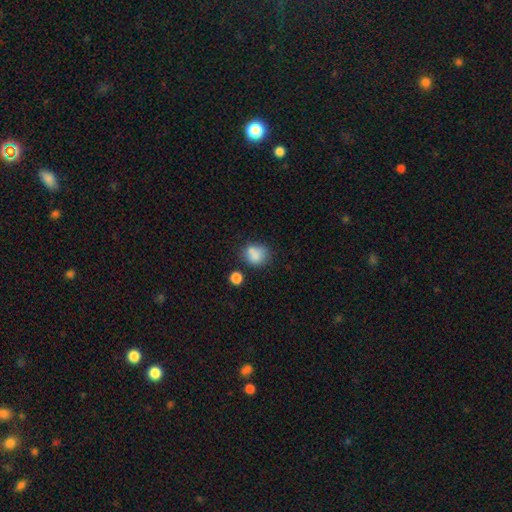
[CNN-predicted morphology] Smooth or featured?
  - smooth: 77% *
  - featured or disk: 12%
  - star or artifact: 11%
How rounded?
  - round: 67% *
  - in between: 32%
  - cigar-shaped: 1%
Merging?
  - none: 53% *
  - merger: 23%
  - minor disturbance: 17%
  - major disturbance: 6%